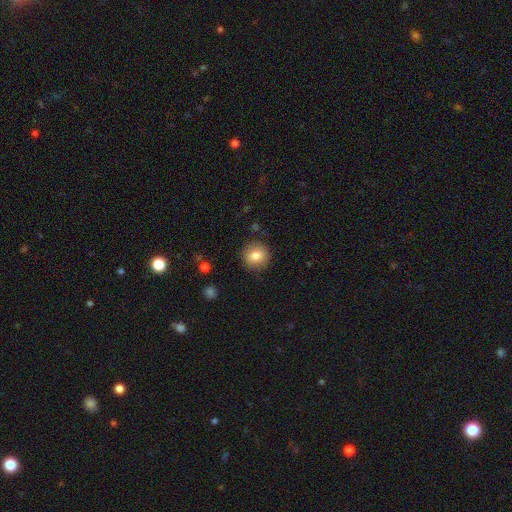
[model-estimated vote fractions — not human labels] Morphology: type=smooth (82%); roundness=round (90%); merging=none (87%).